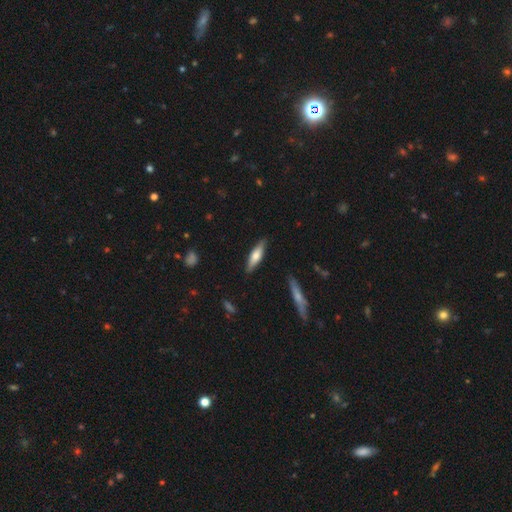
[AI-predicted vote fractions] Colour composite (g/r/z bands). It shows a smooth galaxy with no disk features (58%) that is cigar-shaped (67%). Merging: none (87%).